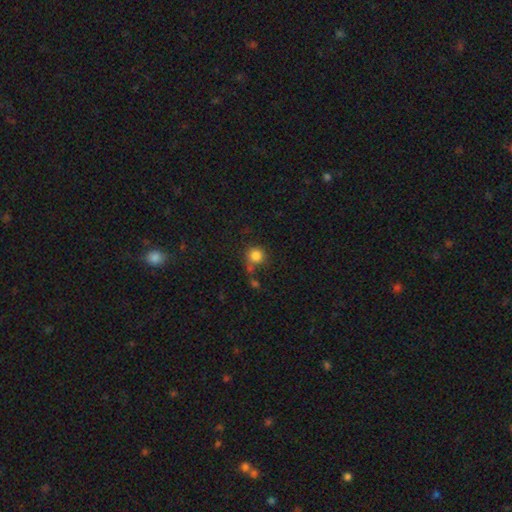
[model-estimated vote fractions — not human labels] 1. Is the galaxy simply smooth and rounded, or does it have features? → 84% smooth, 10% star or artifact, 6% featured or disk.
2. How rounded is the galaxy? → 91% round, 8% in between, 1% cigar-shaped.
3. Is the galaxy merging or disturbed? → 62% none, 16% minor disturbance, 15% merger, 7% major disturbance.